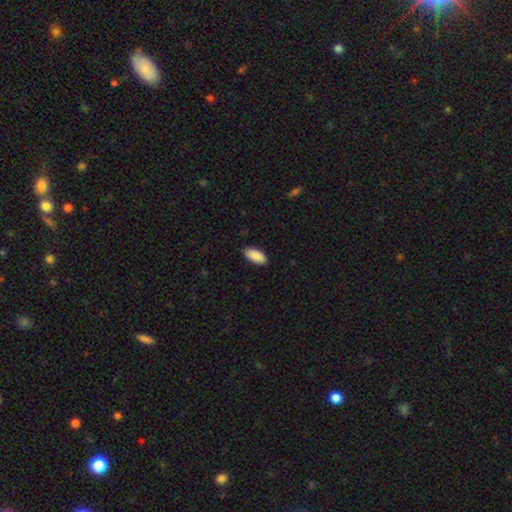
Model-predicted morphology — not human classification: Q: Smooth or featured?
A: smooth (91%); runner-up: star or artifact (6%)
Q: How rounded?
A: in between (91%); runner-up: cigar-shaped (7%)
Q: Merging?
A: none (88%); runner-up: minor disturbance (9%)